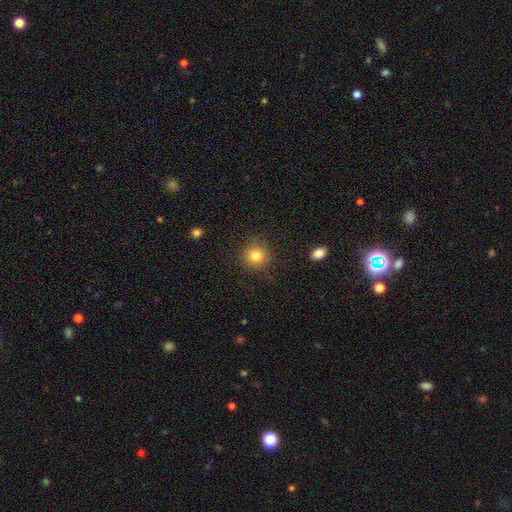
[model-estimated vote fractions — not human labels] Smooth or featured? smooth (81%)
How rounded? round (92%)
Merging? none (87%)